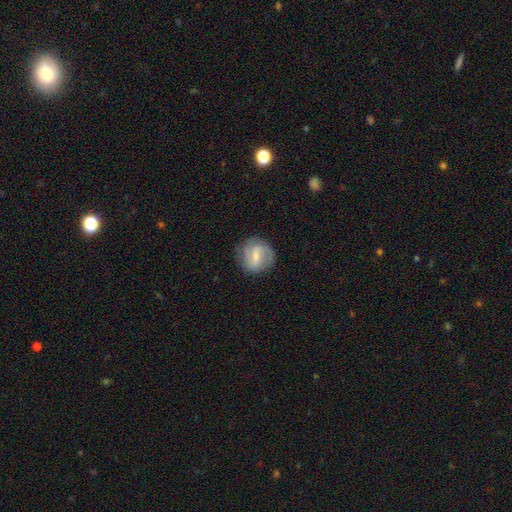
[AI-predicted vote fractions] Smooth or featured? Predicted: featured or disk (p=0.66). Edge-on disk? Predicted: no (p=0.97). Bar? Predicted: weak (p=0.57). Spiral arms? Predicted: yes (p=0.87). Spiral winding? Predicted: medium (p=0.44). Spiral arm count? Predicted: 2 (p=0.64). Bulge size? Predicted: small (p=0.51). Merging? Predicted: none (p=0.75).